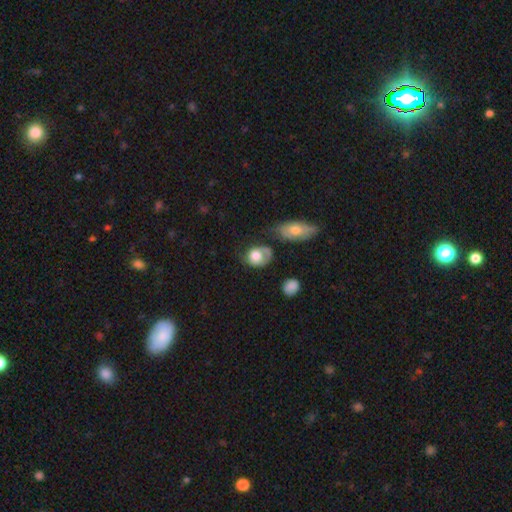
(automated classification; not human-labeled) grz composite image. It shows a smooth galaxy with no disk features (65%) that is round (49%, tied with in between). Merging: none (32%).